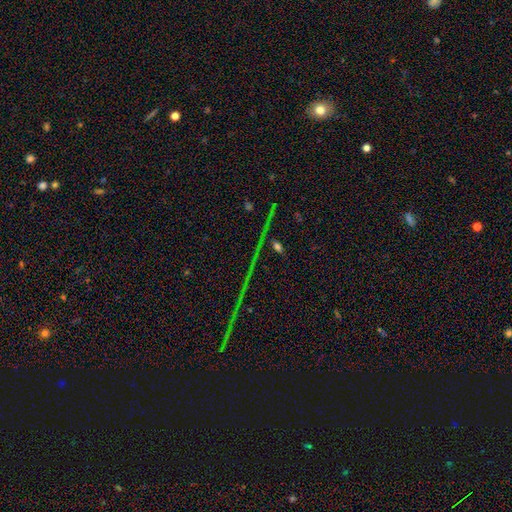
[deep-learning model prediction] Q: Smooth or featured?
A: star or artifact (79%); runner-up: smooth (11%)